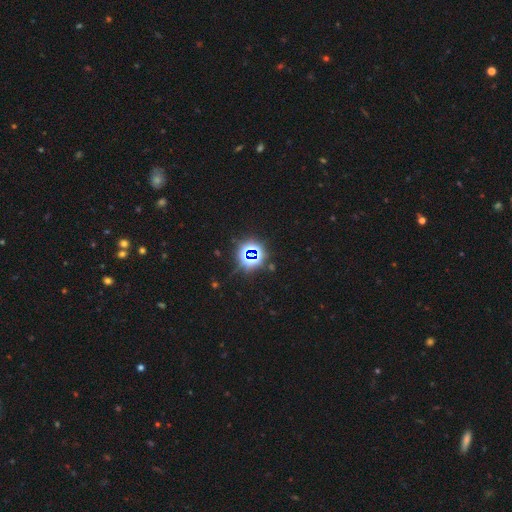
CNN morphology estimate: A star or artifact, not a galaxy (78%).

Vote fractions:
- Smooth or featured? star or artifact: 78% / smooth: 14% / featured or disk: 8%